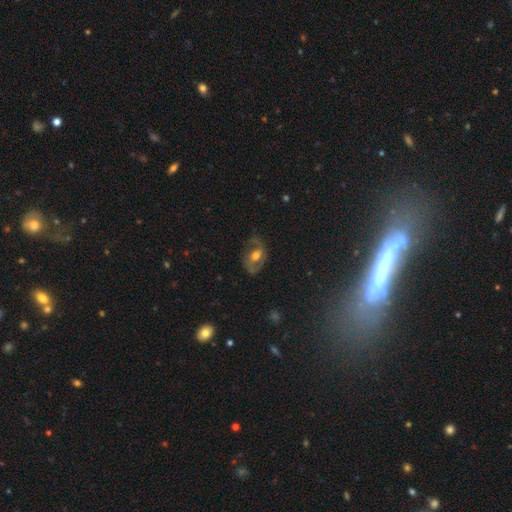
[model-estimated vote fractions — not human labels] Smooth or featured? Predicted: featured or disk (p=0.63). Edge-on disk? Predicted: no (p=0.94). Bar? Predicted: no (p=0.52). Spiral arms? Predicted: yes (p=0.68). Bulge size? Predicted: moderate (p=0.67). Merging? Predicted: none (p=0.67).